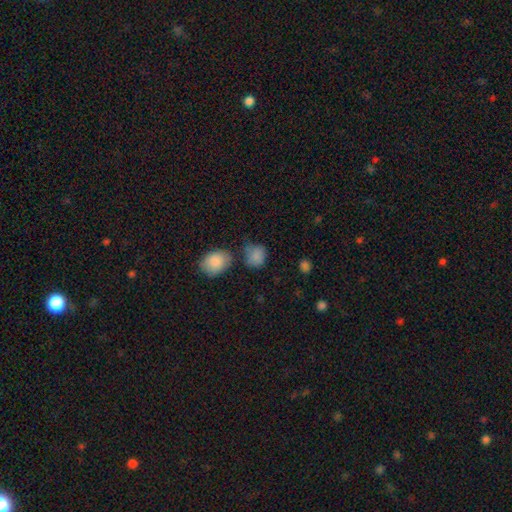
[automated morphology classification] smooth 84%, star or artifact 10%, featured or disk 6%. Down the decision tree: how rounded — round (62%); merging — none (55%).